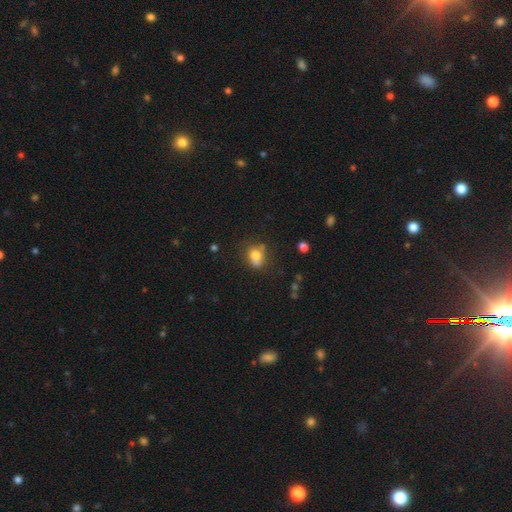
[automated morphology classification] Overall: smooth (73%). How rounded: round (50%; in between 48%). Merging: none (49%; minor disturbance 22%).